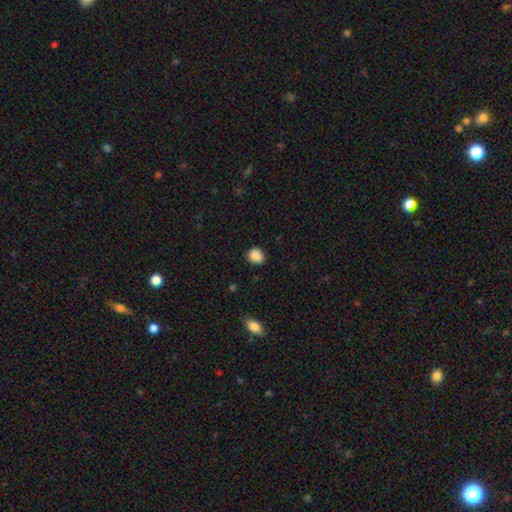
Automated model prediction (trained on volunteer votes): A smooth galaxy with no disk features (88%) that is round (63%).

Vote fractions:
- Smooth or featured? smooth: 88% / star or artifact: 9% / featured or disk: 3%
- How rounded? round: 63% / in between: 36% / cigar-shaped: 1%
- Merging? none: 86% / minor disturbance: 11% / major disturbance: 3% / merger: 1%